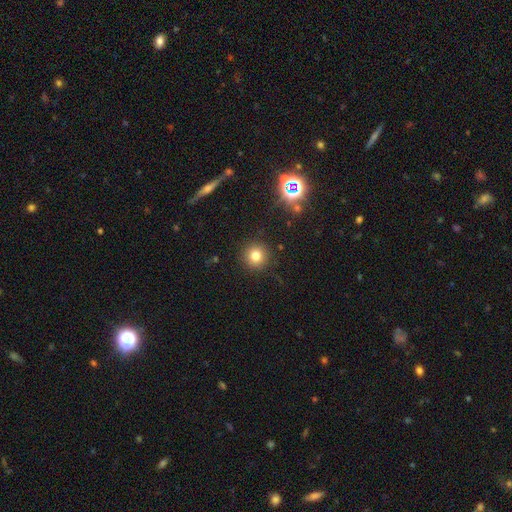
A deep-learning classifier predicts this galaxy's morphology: A smooth galaxy with no disk features (77%) that is round (94%).

Vote fractions:
- Smooth or featured? smooth: 77% / star or artifact: 16% / featured or disk: 8%
- How rounded? round: 94% / in between: 5% / cigar-shaped: 1%
- Merging? none: 90% / minor disturbance: 6% / major disturbance: 2% / merger: 1%